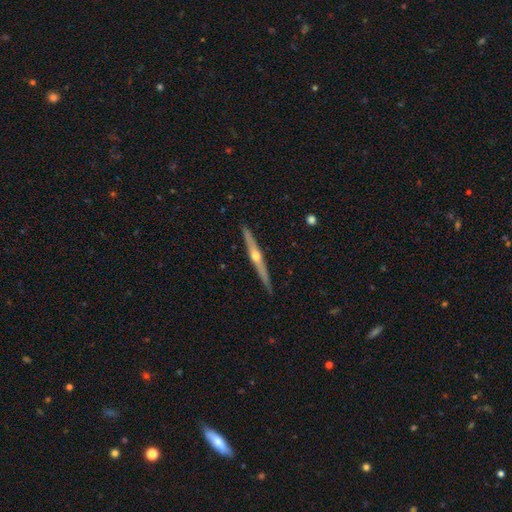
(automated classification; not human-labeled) The model was most divided on "smooth or featured": featured or disk: 79%, smooth: 15%, star or artifact: 5%. More confident: edge-on disk — yes (98%); edge-on bulge — rounded (91%); merging — none (91%).